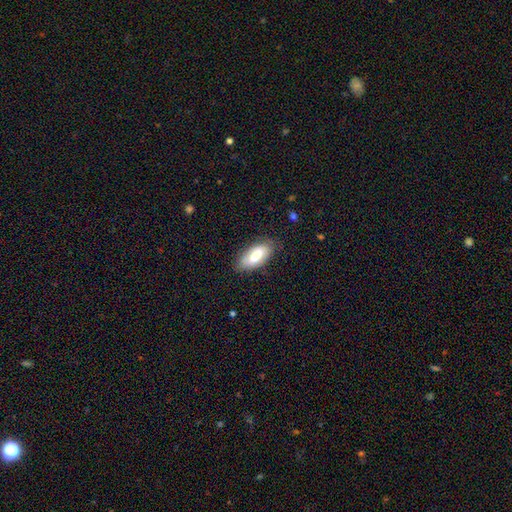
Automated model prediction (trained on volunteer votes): Smooth or featured?
  - smooth: 66% *
  - featured or disk: 28%
  - star or artifact: 6%
How rounded?
  - in between: 88% *
  - cigar-shaped: 10%
  - round: 2%
Merging?
  - none: 81% *
  - minor disturbance: 14%
  - major disturbance: 4%
  - merger: 1%